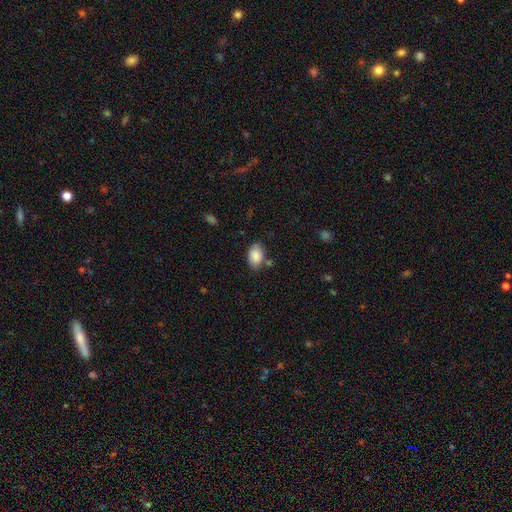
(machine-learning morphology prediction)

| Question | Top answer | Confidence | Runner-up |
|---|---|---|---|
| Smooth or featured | smooth | 85% | featured or disk (8%) |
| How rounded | in between | 89% | round (10%) |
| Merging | none | 71% | minor disturbance (19%) |